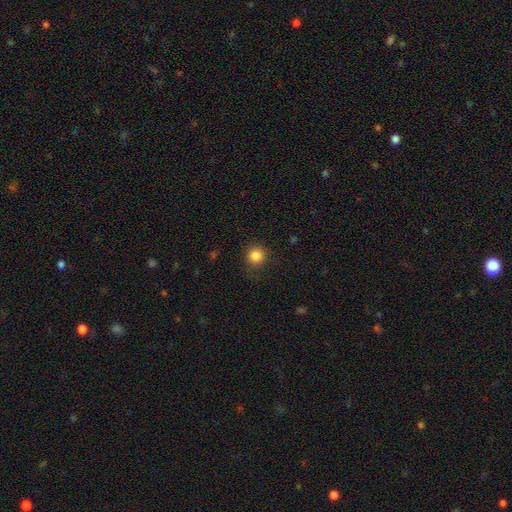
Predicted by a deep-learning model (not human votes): smooth_or_featured: smooth (p=0.85) [alt: star or artifact p=0.11]
how_rounded: round (p=0.94) [alt: in between p=0.05]
merging: none (p=0.86) [alt: minor disturbance p=0.10]